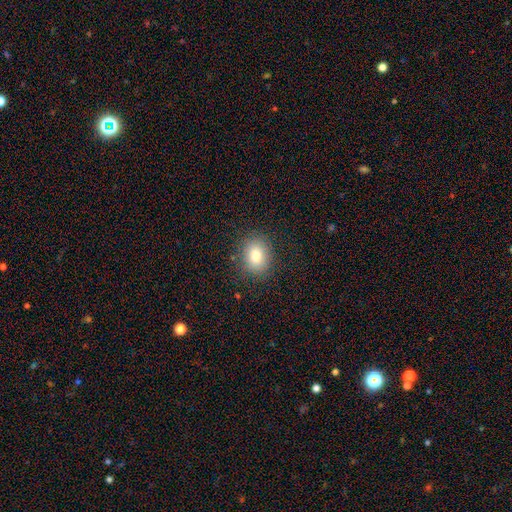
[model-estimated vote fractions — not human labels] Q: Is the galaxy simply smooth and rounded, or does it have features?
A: smooth — 82%.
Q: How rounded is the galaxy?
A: in between — 50%.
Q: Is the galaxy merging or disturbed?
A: none — 87%.